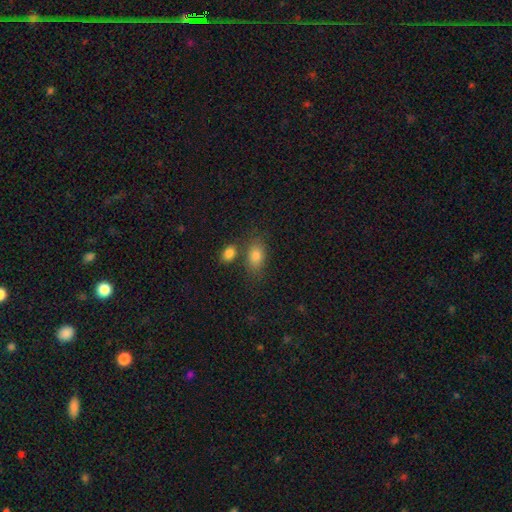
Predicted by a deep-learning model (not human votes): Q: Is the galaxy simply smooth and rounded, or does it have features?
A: smooth — 82%.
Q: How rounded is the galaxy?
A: in between — 85%.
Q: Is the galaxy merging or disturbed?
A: none — 63%.